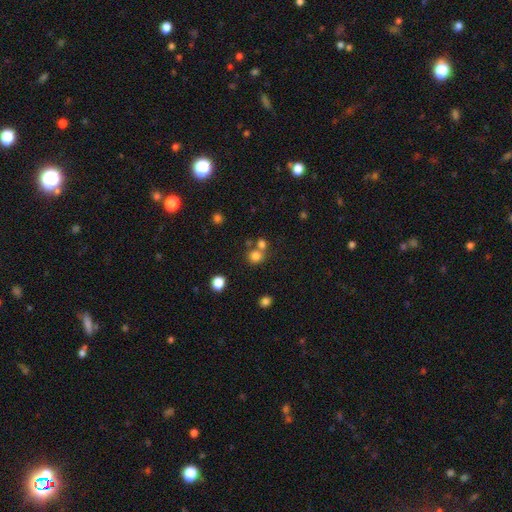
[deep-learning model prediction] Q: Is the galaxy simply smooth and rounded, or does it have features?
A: smooth — 77%.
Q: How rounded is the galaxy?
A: round — 86%.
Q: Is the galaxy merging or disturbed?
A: none — 58%.